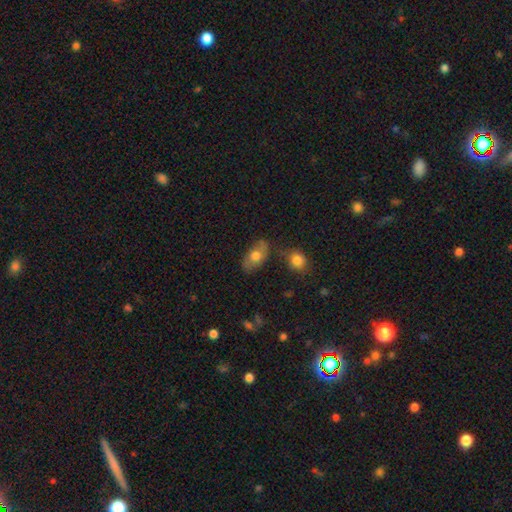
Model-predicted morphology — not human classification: Smooth or featured? Predicted: smooth (p=0.67). How rounded? Predicted: in between (p=0.88). Merging? Predicted: none (p=0.70).